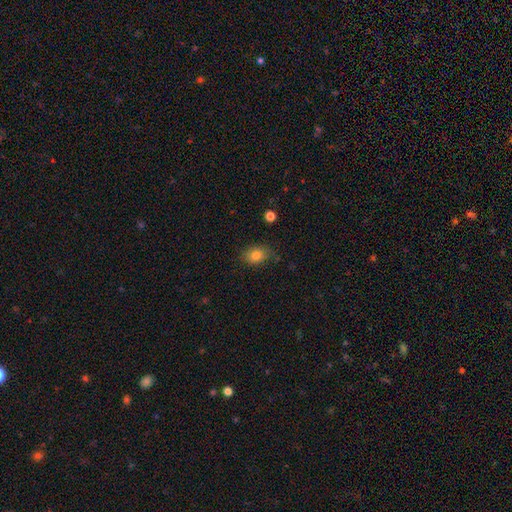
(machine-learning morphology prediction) This appears to be a smooth galaxy with no disk features (82%) that is in between round and cigar-shaped (68%). Merging: none (77%).